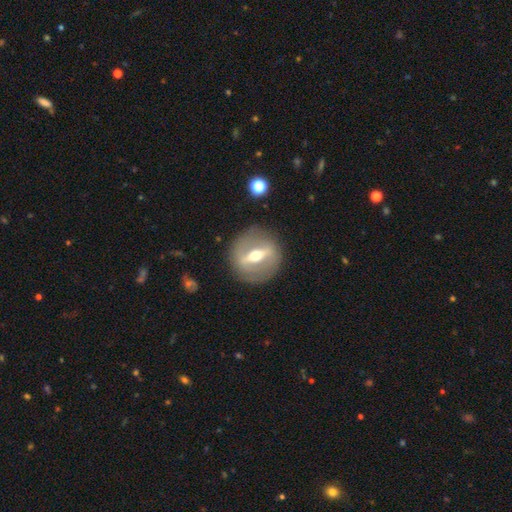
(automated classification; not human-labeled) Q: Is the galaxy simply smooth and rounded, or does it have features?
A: featured or disk — 75%.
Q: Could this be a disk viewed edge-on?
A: no — 68%.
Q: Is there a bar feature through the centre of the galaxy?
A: strong — 75%.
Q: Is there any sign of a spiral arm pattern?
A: no — 77%.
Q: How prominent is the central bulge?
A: moderate — 73%.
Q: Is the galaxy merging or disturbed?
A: none — 85%.